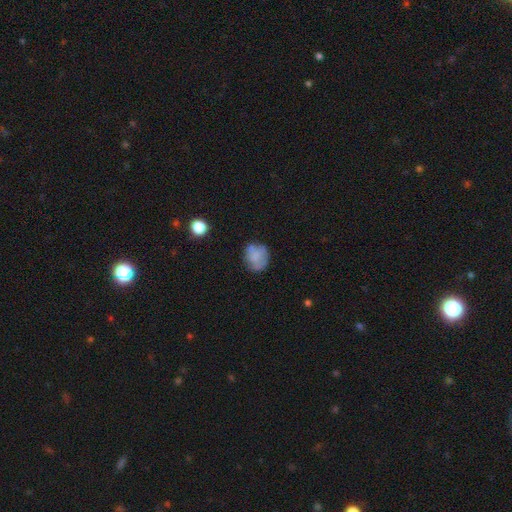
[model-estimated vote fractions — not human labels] Smooth or featured?
  - smooth: 68% *
  - featured or disk: 22%
  - star or artifact: 10%
How rounded?
  - round: 67% *
  - in between: 32%
  - cigar-shaped: 1%
Merging?
  - none: 58% *
  - minor disturbance: 26%
  - major disturbance: 11%
  - merger: 4%